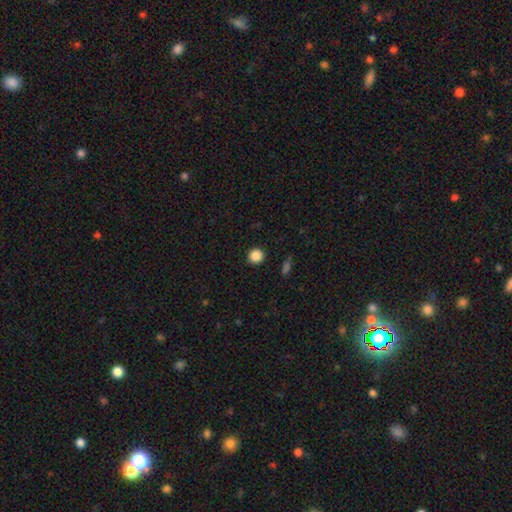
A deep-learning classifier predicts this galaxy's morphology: A smooth galaxy with no disk features (87%) that is round (91%). Merging: none (92%).